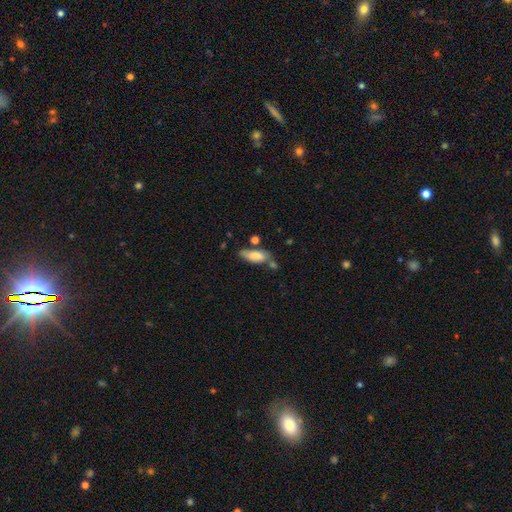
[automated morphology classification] This is likely a smooth galaxy (78%). How rounded: likely in between (70%). Merging: possibly none (53%).